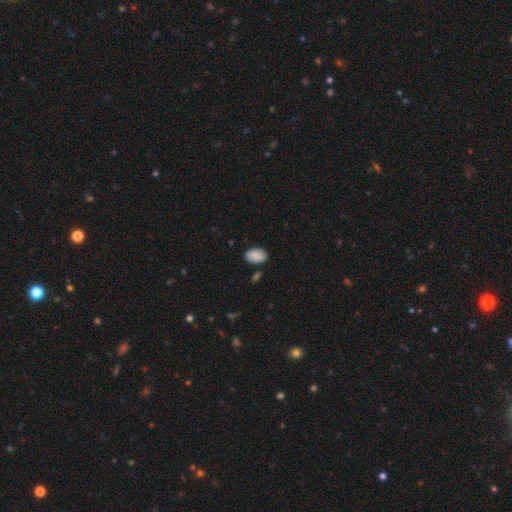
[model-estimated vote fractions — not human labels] smooth_or_featured: smooth (p=0.89) [alt: star or artifact p=0.07]
how_rounded: in between (p=0.92) [alt: round p=0.06]
merging: none (p=0.84) [alt: minor disturbance p=0.10]